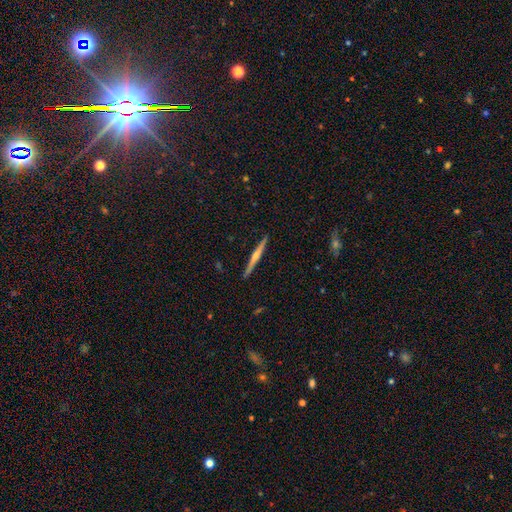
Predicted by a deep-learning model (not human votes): Q: Smooth or featured?
A: featured or disk (76%); runner-up: smooth (17%)
Q: Edge-on disk?
A: yes (98%); runner-up: no (2%)
Q: Edge-on bulge?
A: rounded (83%); runner-up: none (12%)
Q: Merging?
A: none (92%); runner-up: minor disturbance (5%)